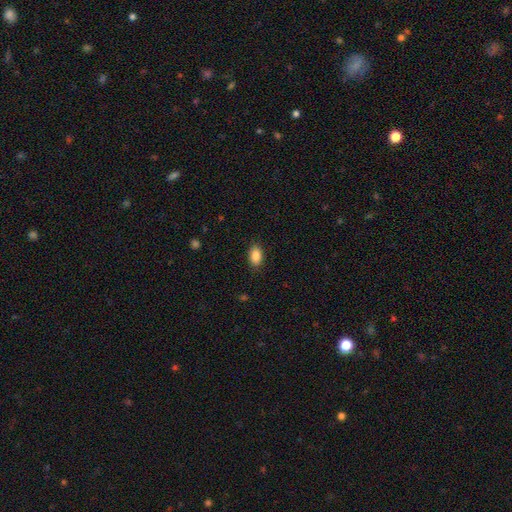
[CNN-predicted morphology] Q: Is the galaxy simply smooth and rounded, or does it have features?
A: smooth — 88%.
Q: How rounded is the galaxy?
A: in between — 90%.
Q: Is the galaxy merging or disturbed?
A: none — 87%.